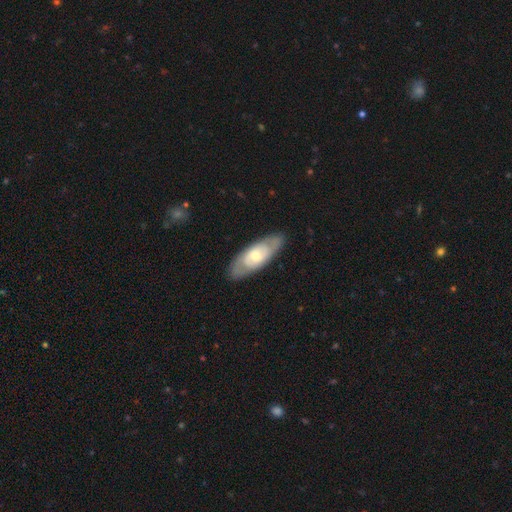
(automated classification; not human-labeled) Overall: featured or disk (60%; smooth 35%). Edge-on disk: no (82%). Merging: none (84%).